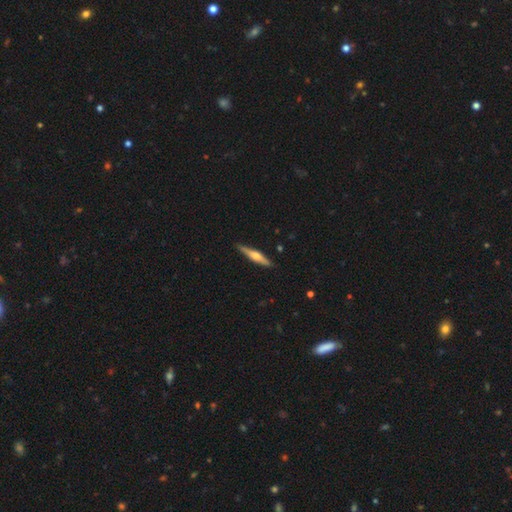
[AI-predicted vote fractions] Smooth or featured?
  - featured or disk: 64% *
  - smooth: 31%
  - star or artifact: 5%
Edge-on disk?
  - yes: 97% *
  - no: 3%
Edge-on bulge?
  - rounded: 88% *
  - boxy: 7%
  - none: 5%
Merging?
  - none: 89% *
  - minor disturbance: 8%
  - major disturbance: 2%
  - merger: 1%